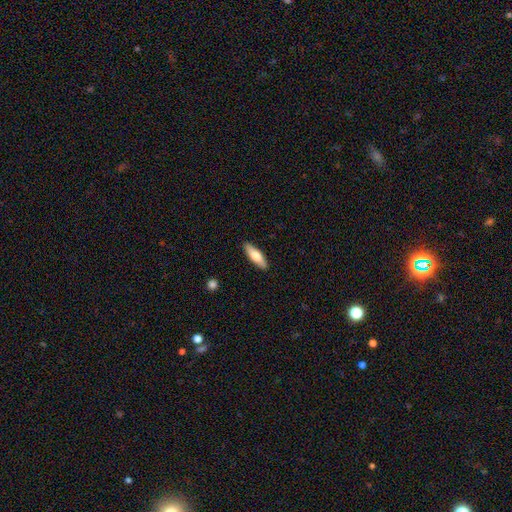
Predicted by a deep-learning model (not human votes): smooth_or_featured: smooth (p=0.70) [alt: featured or disk p=0.25]
how_rounded: in between (p=0.50) [alt: cigar-shaped p=0.48]
merging: none (p=0.89) [alt: minor disturbance p=0.08]